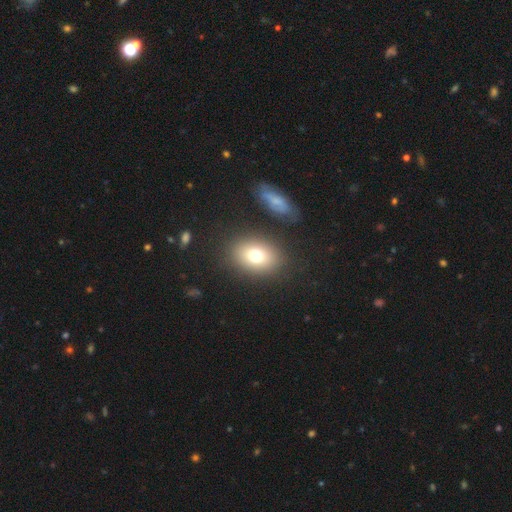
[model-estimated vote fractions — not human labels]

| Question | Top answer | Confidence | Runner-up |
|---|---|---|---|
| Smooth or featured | smooth | 75% | featured or disk (14%) |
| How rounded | in between | 67% | round (31%) |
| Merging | none | 84% | minor disturbance (9%) |